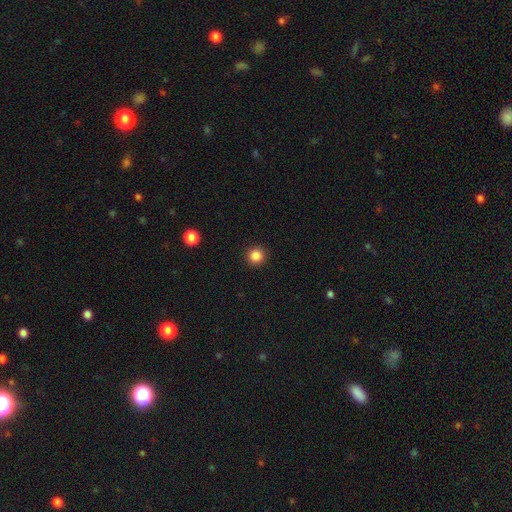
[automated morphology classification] Smooth or featured?
  - smooth: 85% *
  - star or artifact: 11%
  - featured or disk: 3%
How rounded?
  - round: 95% *
  - in between: 4%
  - cigar-shaped: 1%
Merging?
  - none: 93% *
  - minor disturbance: 5%
  - major disturbance: 2%
  - merger: 1%